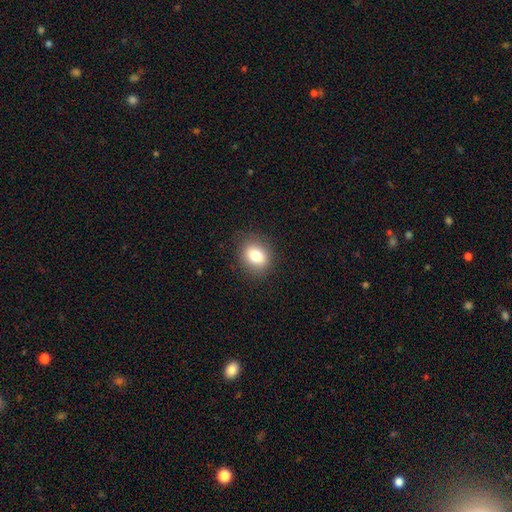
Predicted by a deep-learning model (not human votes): This appears to be a smooth galaxy with no disk features (80%) that is round (52%). Merging: none (85%).